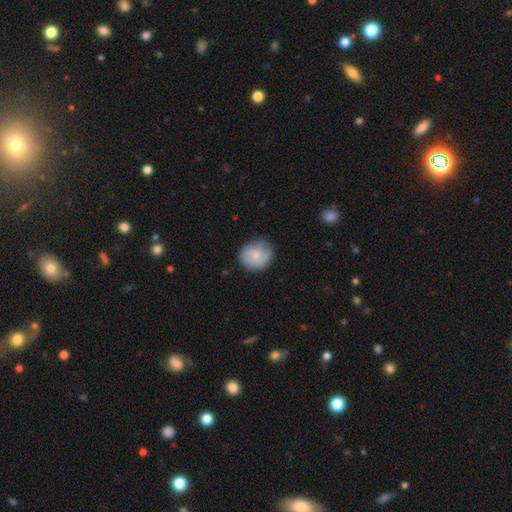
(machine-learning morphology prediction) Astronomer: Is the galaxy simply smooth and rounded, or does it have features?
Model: smooth — 80%.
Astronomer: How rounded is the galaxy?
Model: round — 77%.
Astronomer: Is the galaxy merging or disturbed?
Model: none — 84%.